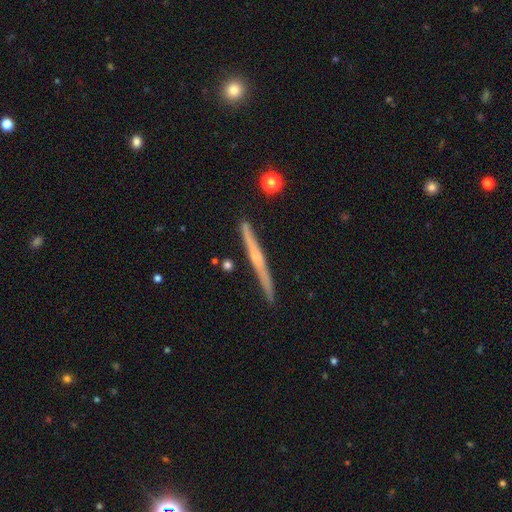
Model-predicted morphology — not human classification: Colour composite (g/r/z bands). It shows a featured or disk galaxy (71%) viewed edge-on (98%) with a rounded central bulge (58%). Merging: none (88%).